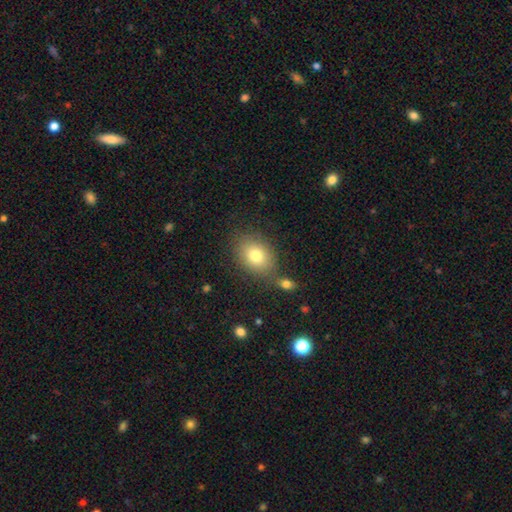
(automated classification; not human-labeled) Q: Smooth or featured?
A: smooth (78%); runner-up: featured or disk (12%)
Q: How rounded?
A: in between (62%); runner-up: round (37%)
Q: Merging?
A: none (72%); runner-up: minor disturbance (13%)